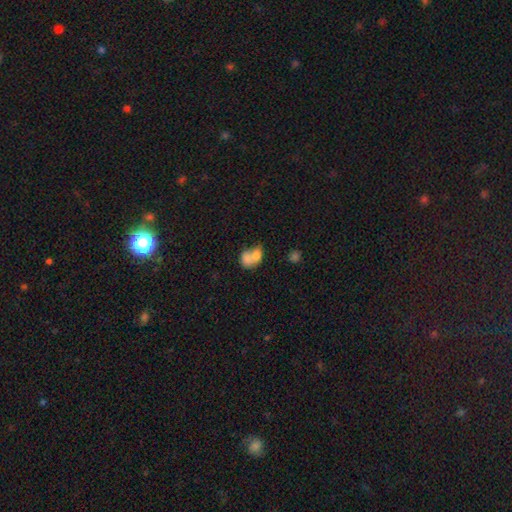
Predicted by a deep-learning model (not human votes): A smooth galaxy with no disk features (74%) that is in between round and cigar-shaped (62%). Merging: merger (72%).